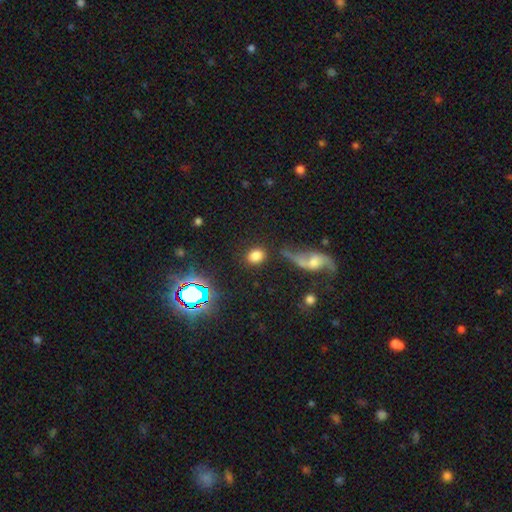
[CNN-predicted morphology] smooth_or_featured: smooth (p=0.78) [alt: star or artifact p=0.13]
how_rounded: in between (p=0.51) [alt: round p=0.46]
merging: none (p=0.80) [alt: minor disturbance p=0.09]